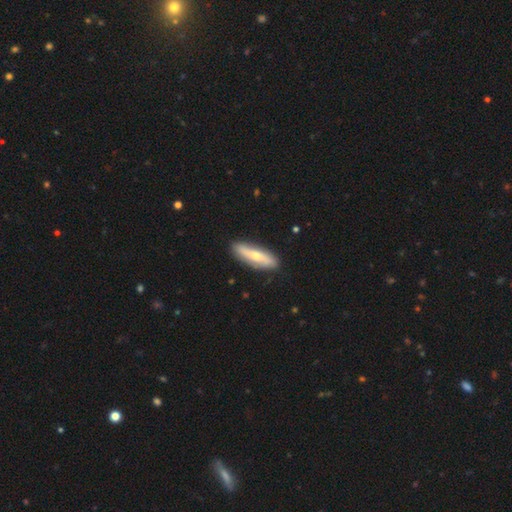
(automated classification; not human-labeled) This appears to be a smooth galaxy with no disk features (51%) that is cigar-shaped (58%). Merging: none (86%).